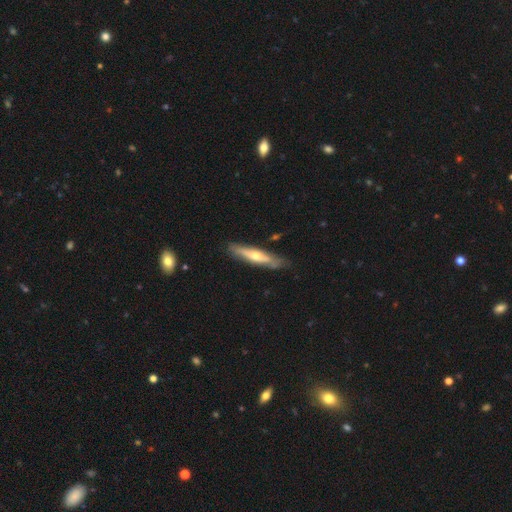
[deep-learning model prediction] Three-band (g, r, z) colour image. It shows a featured or disk galaxy (58%) viewed edge-on (75%). Merging: none (78%).